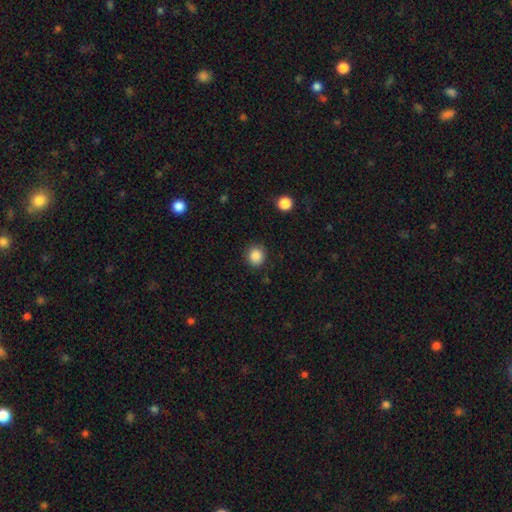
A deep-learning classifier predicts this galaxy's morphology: This appears to be a smooth galaxy with no disk features (86%) that is round (85%). Merging: none (87%).